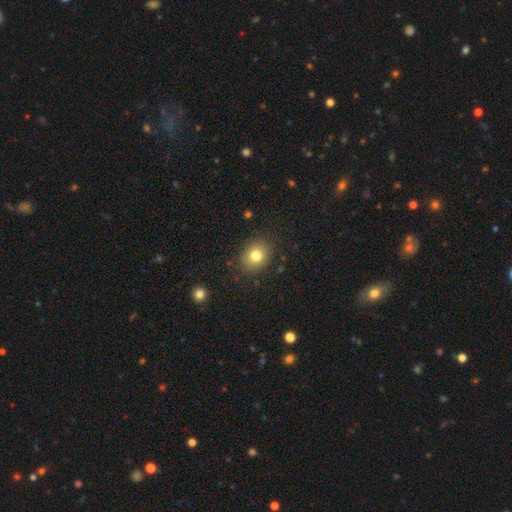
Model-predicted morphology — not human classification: A smooth galaxy with no disk features (79%) that is round (56%).

Vote fractions:
- Smooth or featured? smooth: 79% / star or artifact: 12% / featured or disk: 10%
- How rounded? round: 56% / in between: 43% / cigar-shaped: 1%
- Merging? none: 85% / minor disturbance: 11% / major disturbance: 3% / merger: 1%